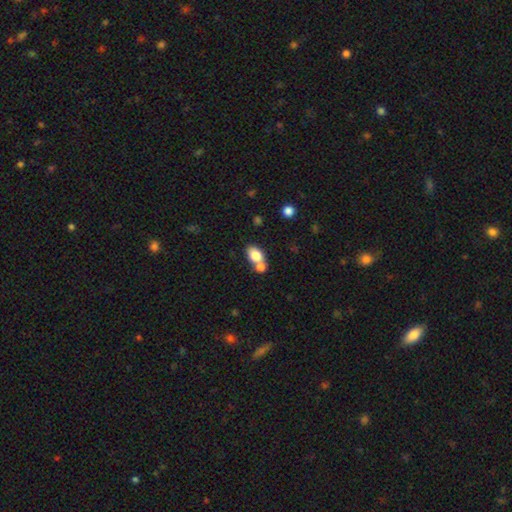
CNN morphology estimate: Smooth or featured? smooth (79%)
How rounded? in between (79%)
Merging? merger (46%)